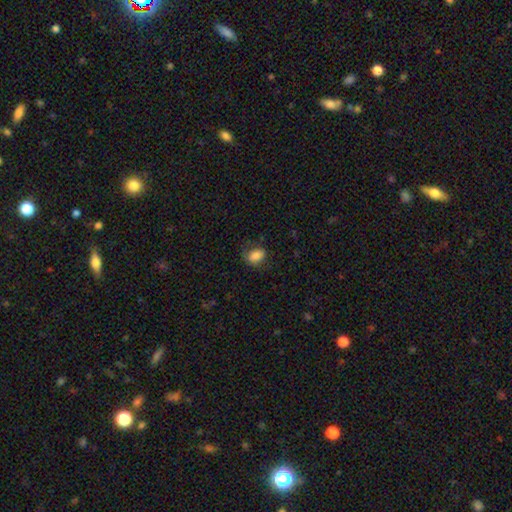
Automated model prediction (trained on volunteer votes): A smooth galaxy with no disk features (84%) that is in between round and cigar-shaped (77%).

Vote fractions:
- Smooth or featured? smooth: 84% / star or artifact: 9% / featured or disk: 8%
- How rounded? in between: 77% / round: 21% / cigar-shaped: 2%
- Merging? none: 73% / minor disturbance: 19% / major disturbance: 6% / merger: 1%